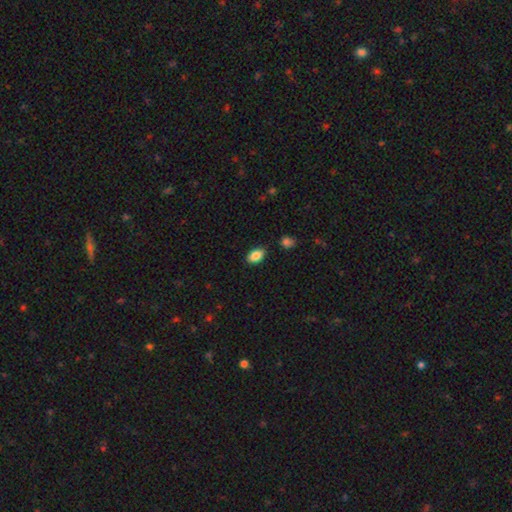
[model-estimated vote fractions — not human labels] The model was most divided on "merging": none: 85%, minor disturbance: 11%, major disturbance: 2%, merger: 2%. More confident: how rounded — in between (89%); smooth or featured — smooth (87%).